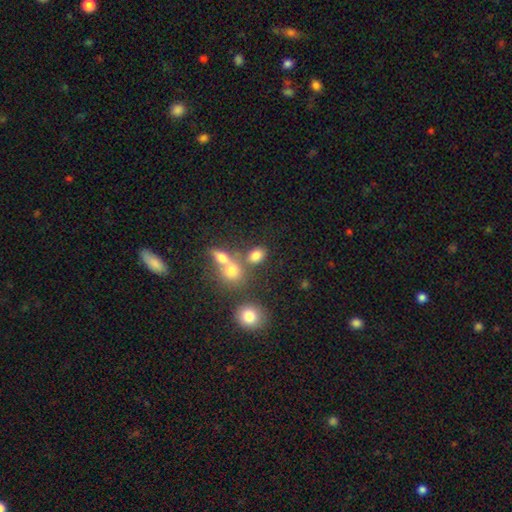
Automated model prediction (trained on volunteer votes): Morphology: type=smooth (78%); roundness=in between (61%); merging=none (59%).